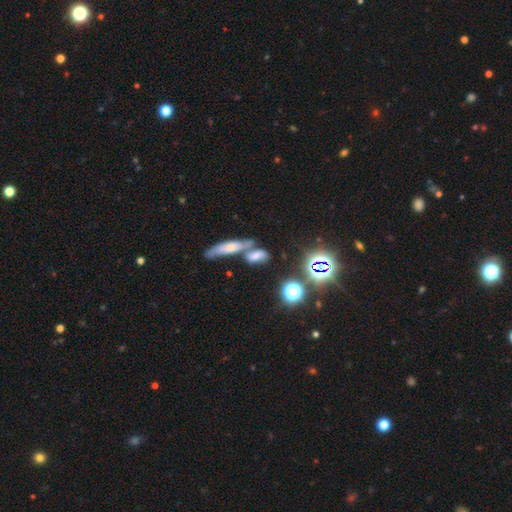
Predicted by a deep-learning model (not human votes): Morphology: type=smooth (60%); roundness=in between (64%); merging=merger (48%).